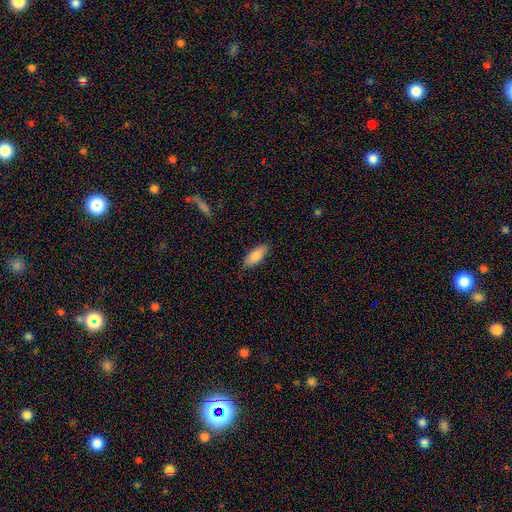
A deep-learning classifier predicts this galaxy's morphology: smooth-or-featured: smooth: 83% | featured or disk: 11% | star or artifact: 6%
  how-rounded: in between: 80% | cigar-shaped: 18% | round: 2%
  merging: none: 82% | minor disturbance: 14% | major disturbance: 2% | merger: 1%